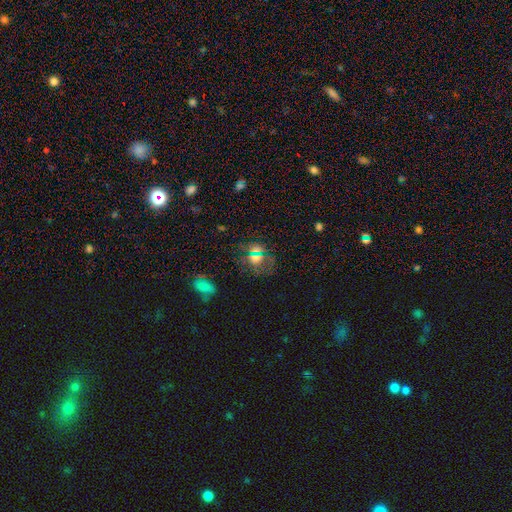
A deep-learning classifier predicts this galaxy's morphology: smooth 47%, star or artifact 38%, featured or disk 15%. Down the decision tree: merging — none (67%).